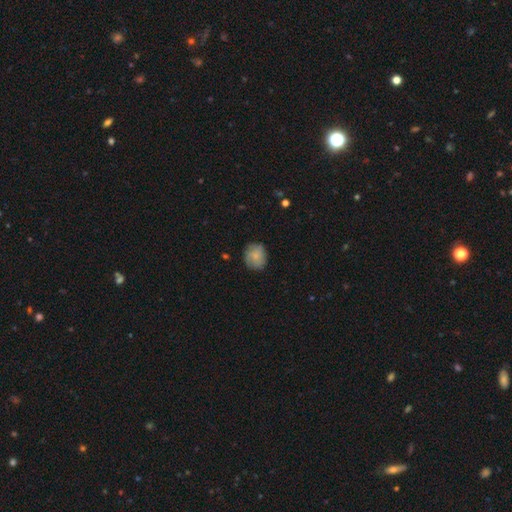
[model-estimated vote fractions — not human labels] Smooth or featured? Predicted: smooth (p=0.71). How rounded? Predicted: round (p=0.76). Merging? Predicted: none (p=0.77).